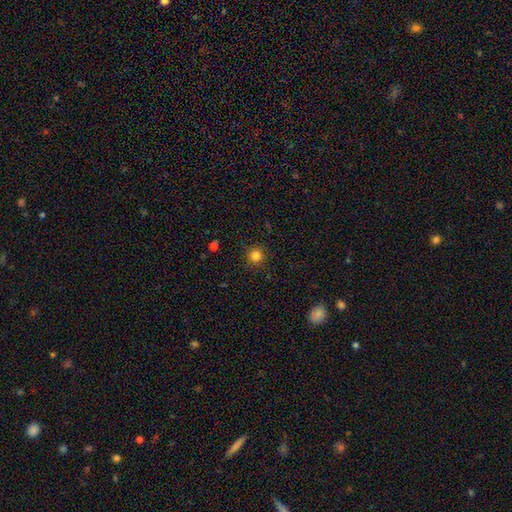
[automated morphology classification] A smooth galaxy with no disk features (83%) that is round (94%). Merging: none (89%).